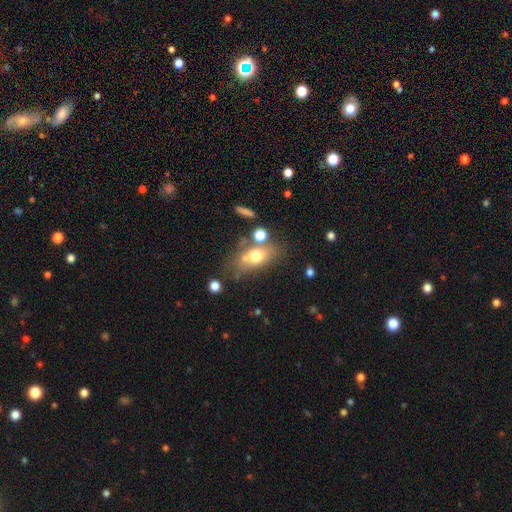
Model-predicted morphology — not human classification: Smooth or featured? Predicted: smooth (p=0.64). How rounded? Predicted: in between (p=0.73). Merging? Predicted: none (p=0.55).